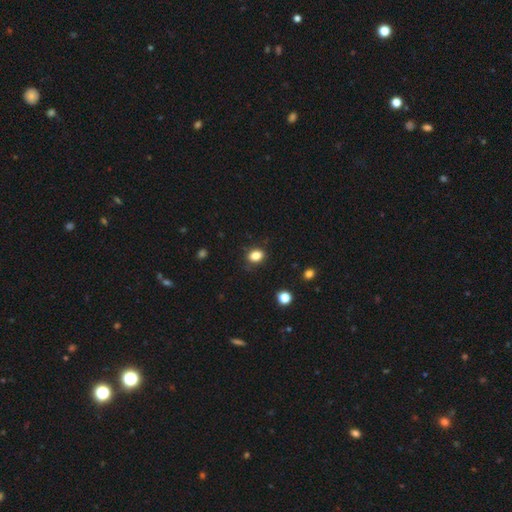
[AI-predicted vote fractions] Smooth or featured? Predicted: smooth (p=0.85). How rounded? Predicted: in between (p=0.63). Merging? Predicted: none (p=0.84).